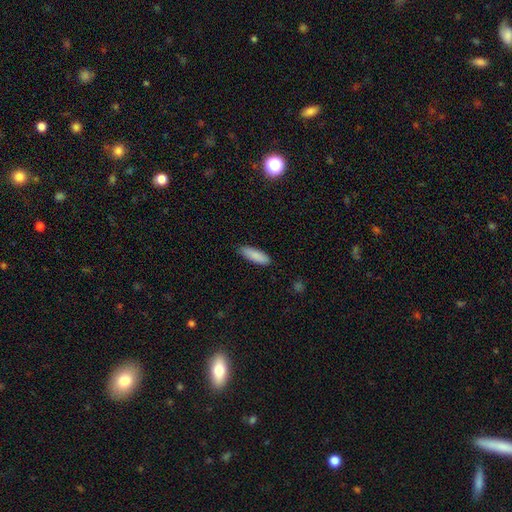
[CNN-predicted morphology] A smooth galaxy with no disk features (88%) that is in between round and cigar-shaped (51%).

Vote fractions:
- Smooth or featured? smooth: 88% / star or artifact: 6% / featured or disk: 6%
- How rounded? in between: 51% / cigar-shaped: 47% / round: 2%
- Merging? none: 86% / minor disturbance: 11% / major disturbance: 2% / merger: 1%